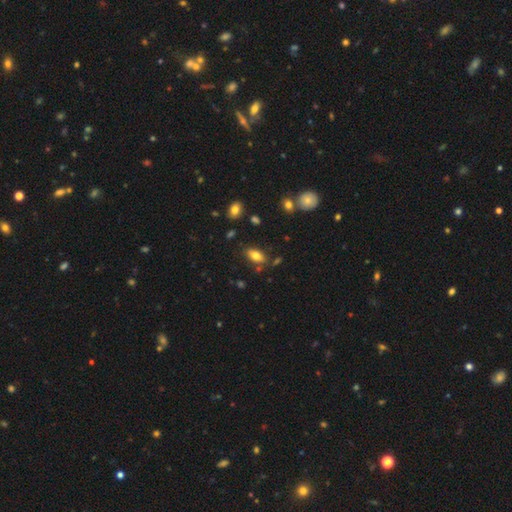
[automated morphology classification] Smooth or featured?
  - smooth: 77% *
  - featured or disk: 14%
  - star or artifact: 9%
How rounded?
  - in between: 89% *
  - cigar-shaped: 7%
  - round: 4%
Merging?
  - none: 77% *
  - minor disturbance: 14%
  - merger: 6%
  - major disturbance: 3%